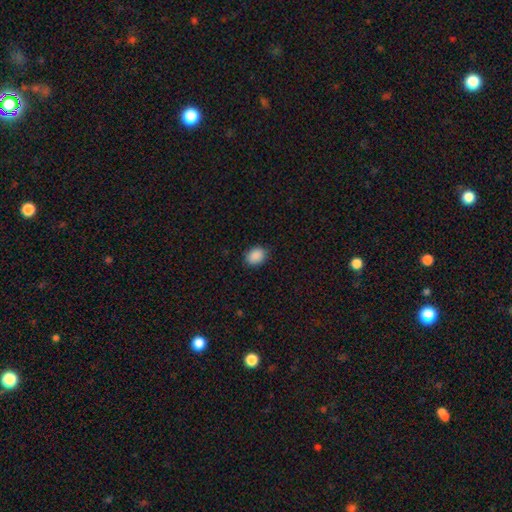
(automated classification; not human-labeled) Smooth or featured?
  - smooth: 89% *
  - star or artifact: 8%
  - featured or disk: 3%
How rounded?
  - in between: 63% *
  - round: 36%
  - cigar-shaped: 1%
Merging?
  - none: 85% *
  - minor disturbance: 11%
  - major disturbance: 2%
  - merger: 1%